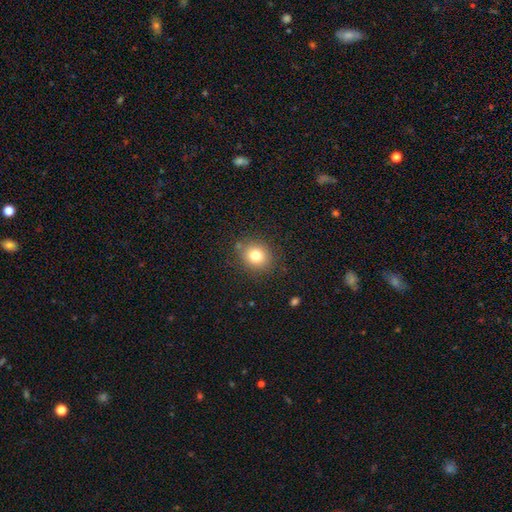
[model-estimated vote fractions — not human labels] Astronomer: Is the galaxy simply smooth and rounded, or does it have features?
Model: smooth — 79%.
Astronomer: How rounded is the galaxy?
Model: round — 75%.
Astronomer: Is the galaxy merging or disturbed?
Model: none — 84%.